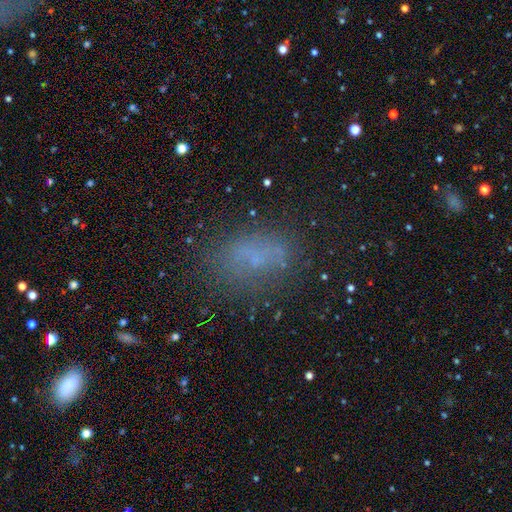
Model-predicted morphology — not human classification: Smooth or featured? Predicted: smooth (p=0.61). How rounded? Predicted: in between (p=0.83). Merging? Predicted: none (p=0.68).